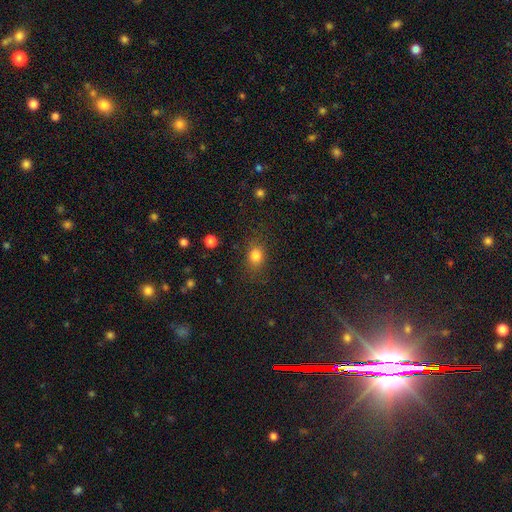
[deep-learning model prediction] A smooth galaxy with no disk features (82%) that is round (50%). Merging: none (80%).